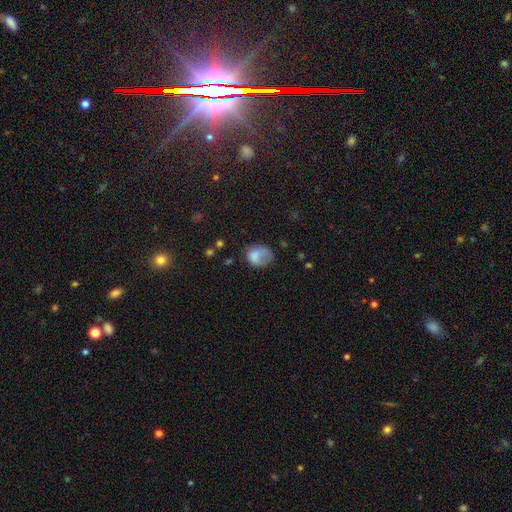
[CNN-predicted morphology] This appears to be a smooth galaxy with no disk features (74%) that is in between round and cigar-shaped (51%). Merging: none (37%).